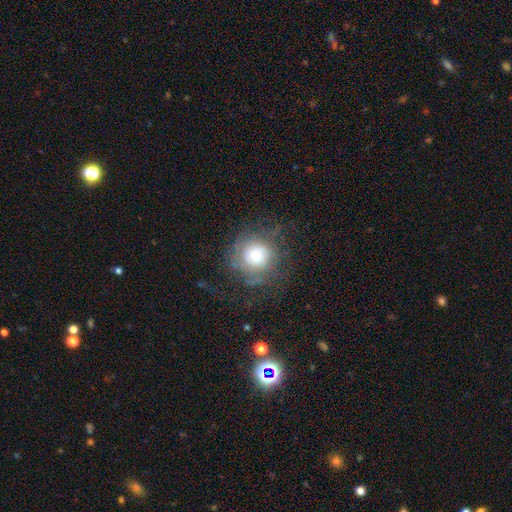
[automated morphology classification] type=smooth (45%); merging=none (61%).